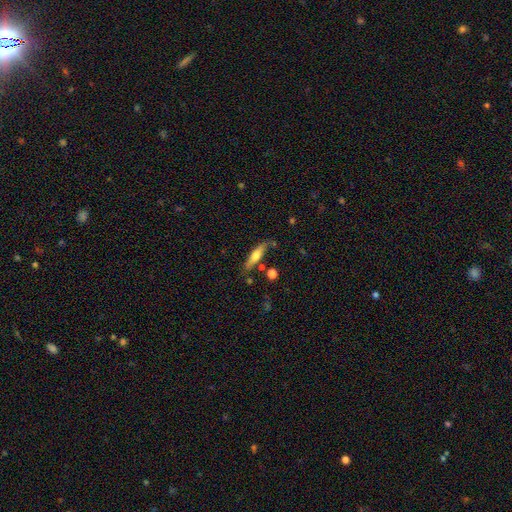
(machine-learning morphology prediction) This is possibly a smooth galaxy (55%). How rounded: likely cigar-shaped (72%). Merging: likely none (70%).